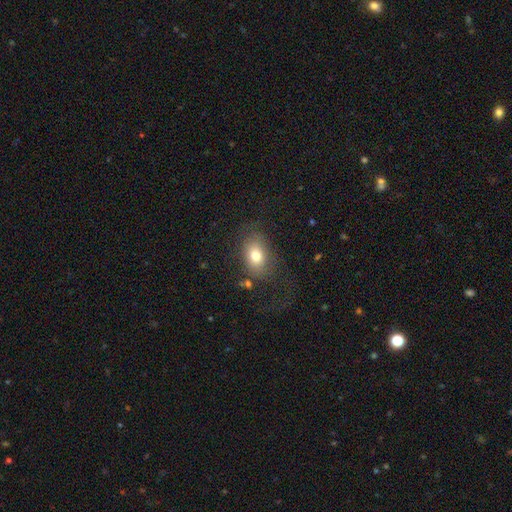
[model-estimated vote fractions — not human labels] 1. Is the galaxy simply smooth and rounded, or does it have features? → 74% smooth, 16% featured or disk, 10% star or artifact.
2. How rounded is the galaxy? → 75% in between, 23% round, 1% cigar-shaped.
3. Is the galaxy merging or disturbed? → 65% none, 16% minor disturbance, 16% major disturbance, 3% merger.